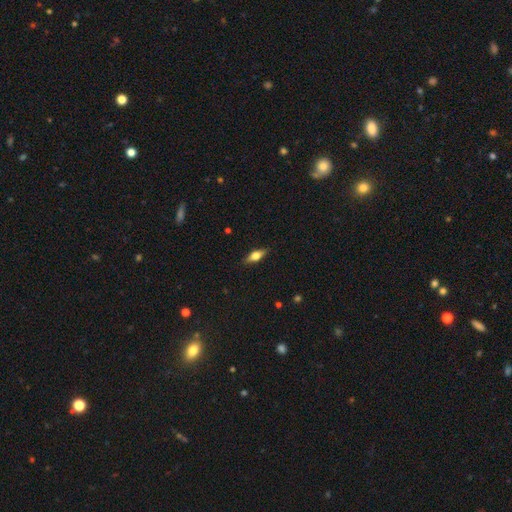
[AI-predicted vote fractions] featured or disk 47%, smooth 45%, star or artifact 8%. Down the decision tree: merging — none (87%).